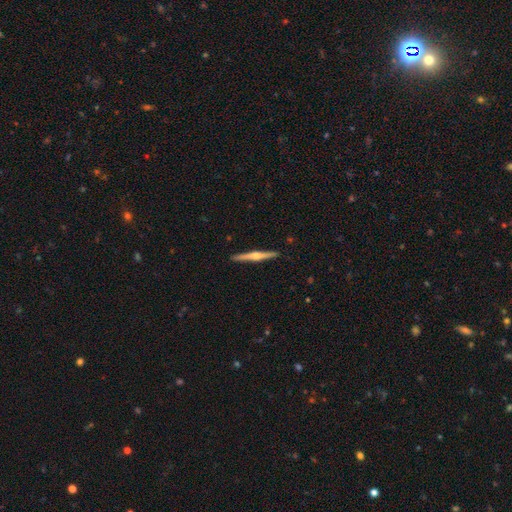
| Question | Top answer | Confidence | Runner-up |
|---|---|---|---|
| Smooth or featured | featured or disk | 82% | smooth (13%) |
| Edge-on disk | yes | 100% | — |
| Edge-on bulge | rounded | 94% | boxy (3%) |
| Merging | none | 95% | minor disturbance (3%) |